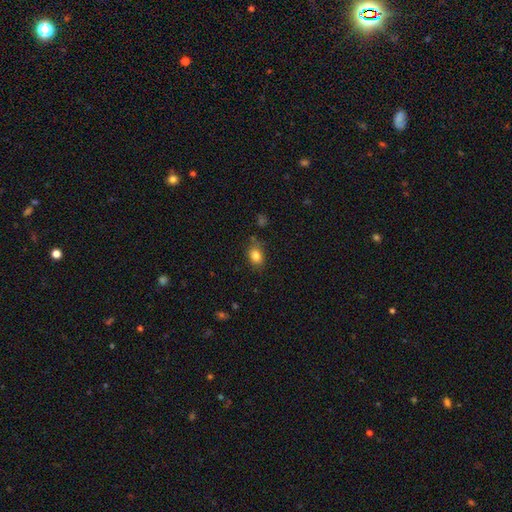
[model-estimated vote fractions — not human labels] smooth-or-featured: smooth: 83% | star or artifact: 10% | featured or disk: 7%
  how-rounded: in between: 66% | round: 33% | cigar-shaped: 1%
  merging: none: 79% | minor disturbance: 15% | major disturbance: 4% | merger: 3%